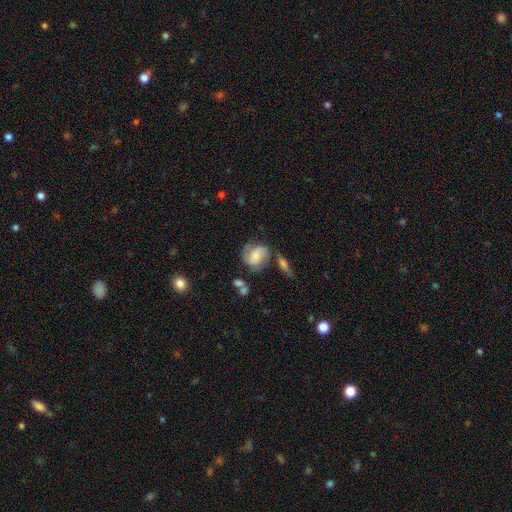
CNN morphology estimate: A featured or disk galaxy (50%).

Vote fractions:
- Smooth or featured? featured or disk: 50% / smooth: 41% / star or artifact: 8%
- Edge-on disk? no: 97% / yes: 3%
- Merging? none: 53% / minor disturbance: 23% / major disturbance: 13% / merger: 11%